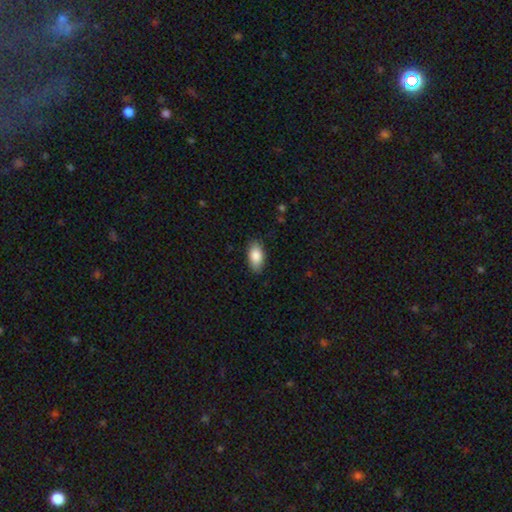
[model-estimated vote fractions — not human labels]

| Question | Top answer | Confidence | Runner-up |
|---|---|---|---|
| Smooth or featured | smooth | 87% | featured or disk (7%) |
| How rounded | in between | 93% | cigar-shaped (4%) |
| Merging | none | 85% | minor disturbance (11%) |